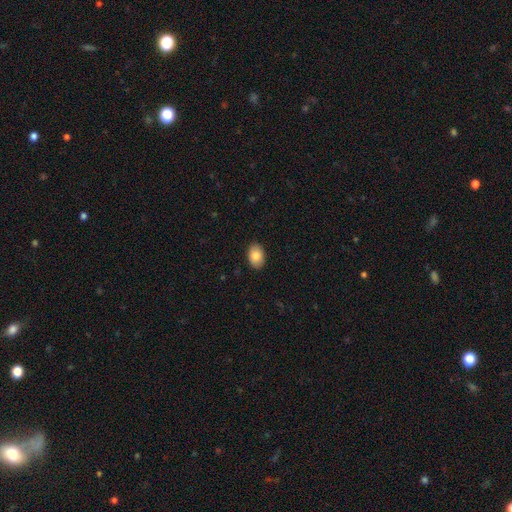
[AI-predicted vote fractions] This is clearly a smooth galaxy (86%). How rounded: clearly in between (85%). Merging: clearly none (90%).